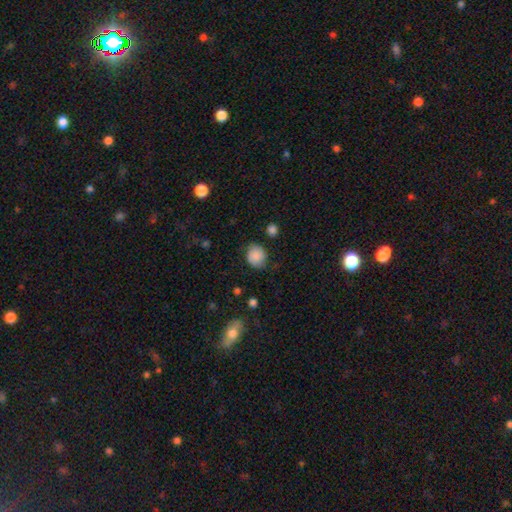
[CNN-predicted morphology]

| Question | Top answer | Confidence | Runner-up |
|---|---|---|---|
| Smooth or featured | smooth | 82% | featured or disk (9%) |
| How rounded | round | 74% | in between (25%) |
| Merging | none | 72% | minor disturbance (20%) |